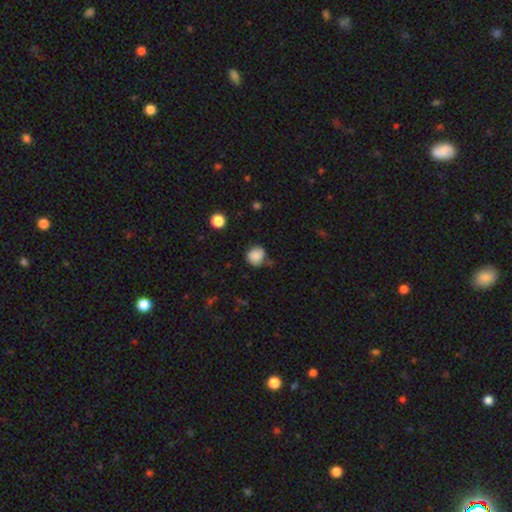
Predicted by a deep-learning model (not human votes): smooth 79%, featured or disk 11%, star or artifact 9%. Down the decision tree: how rounded — round (82%); merging — none (64%).